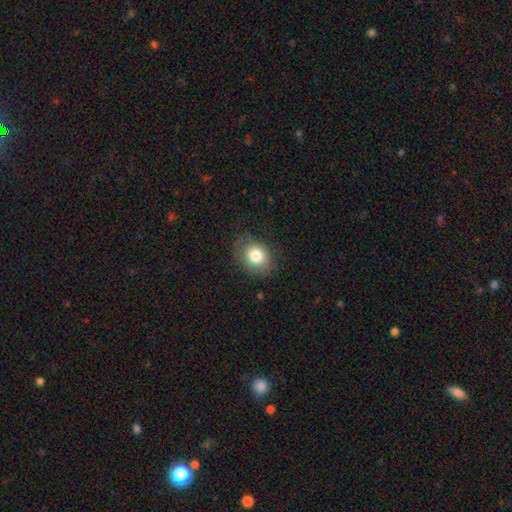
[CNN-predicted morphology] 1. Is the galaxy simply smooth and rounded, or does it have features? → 80% smooth, 10% featured or disk, 10% star or artifact.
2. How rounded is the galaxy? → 59% round, 40% in between, 1% cigar-shaped.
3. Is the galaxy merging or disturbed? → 78% none, 16% minor disturbance, 5% major disturbance, 1% merger.